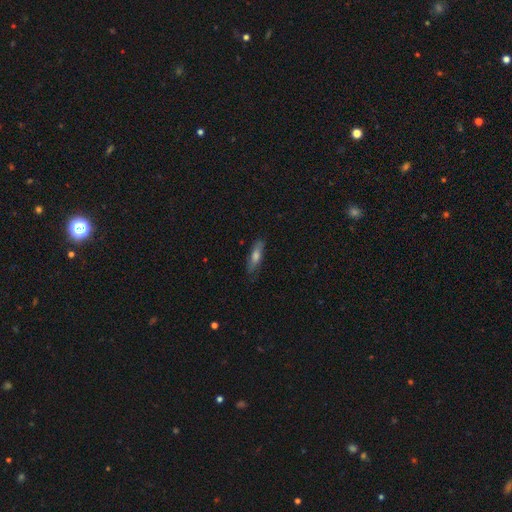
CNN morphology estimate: smooth_or_featured: smooth (p=0.57) [alt: featured or disk p=0.35]
how_rounded: cigar-shaped (p=0.63) [alt: in between p=0.34]
merging: none (p=0.77) [alt: minor disturbance p=0.17]